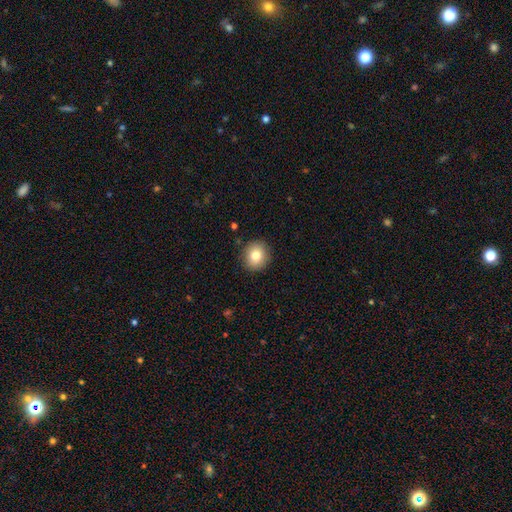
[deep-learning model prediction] smooth 81%, star or artifact 10%, featured or disk 9%. Down the decision tree: how rounded — round (84%); merging — none (90%).